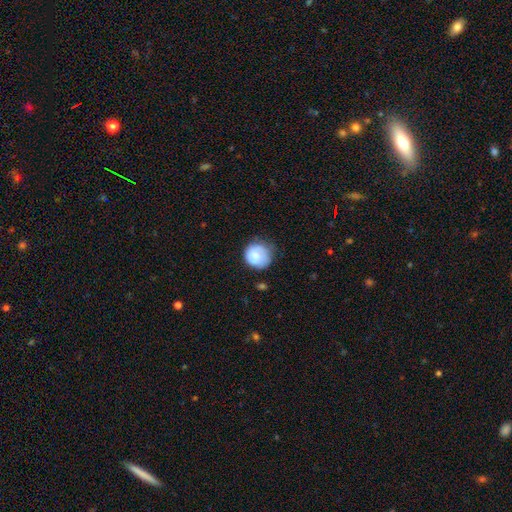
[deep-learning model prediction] smooth_or_featured: smooth (p=0.71) [alt: featured or disk p=0.22]
how_rounded: round (p=0.87) [alt: in between p=0.12]
merging: none (p=0.61) [alt: minor disturbance p=0.29]